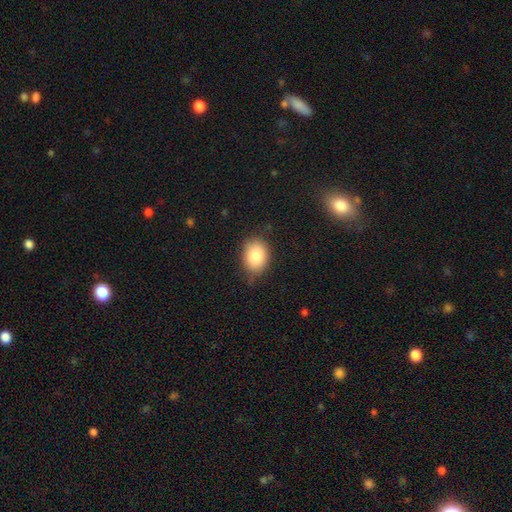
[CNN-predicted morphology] This is clearly a smooth galaxy (85%). How rounded: likely in between (64%). Merging: likely none (74%).